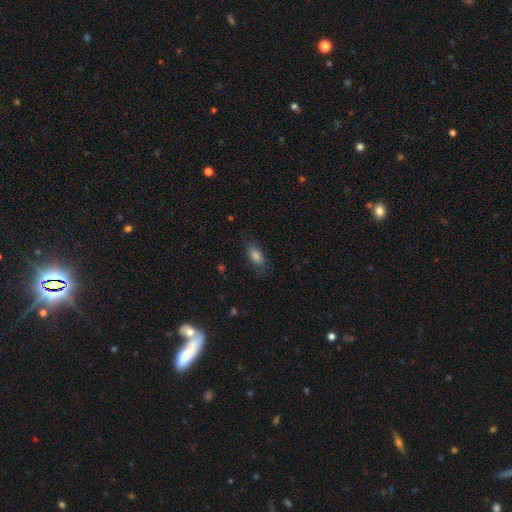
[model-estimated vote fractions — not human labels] Smooth or featured: smooth — 77% (star or artifact — 12%)
How rounded: in between — 83% (cigar-shaped — 11%)
Merging: none — 76% (minor disturbance — 17%)